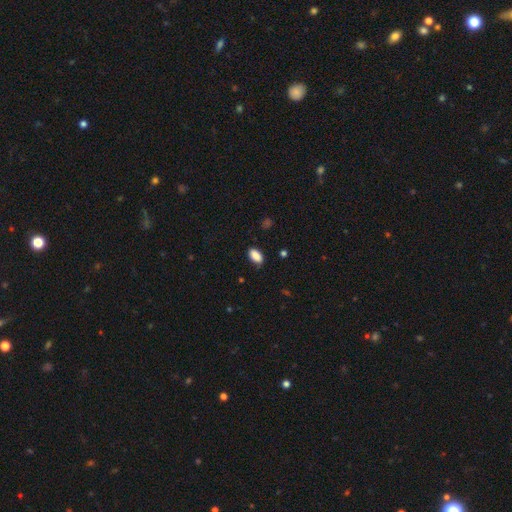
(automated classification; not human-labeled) Smooth or featured?
  - smooth: 88% *
  - star or artifact: 7%
  - featured or disk: 4%
How rounded?
  - in between: 92% *
  - cigar-shaped: 4%
  - round: 4%
Merging?
  - none: 83% *
  - minor disturbance: 14%
  - major disturbance: 3%
  - merger: 1%